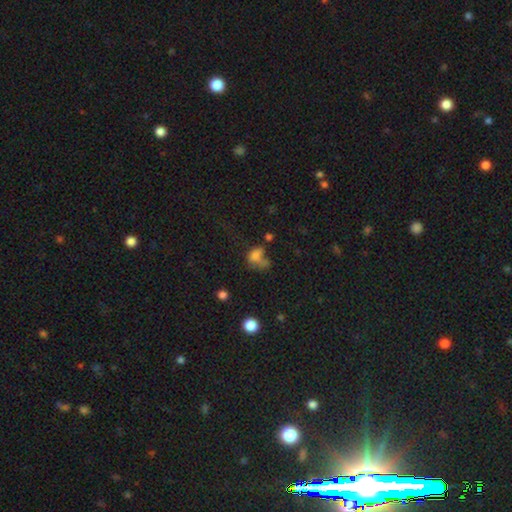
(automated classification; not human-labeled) Smooth or featured? smooth (65%)
How rounded? in between (69%)
Merging? major disturbance (33%)